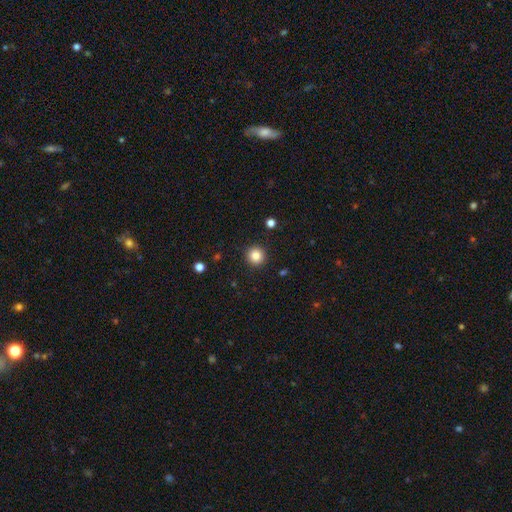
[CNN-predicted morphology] A smooth galaxy with no disk features (85%) that is round (95%).

Vote fractions:
- Smooth or featured? smooth: 85% / star or artifact: 10% / featured or disk: 5%
- How rounded? round: 95% / in between: 4% / cigar-shaped: 1%
- Merging? none: 92% / minor disturbance: 5% / major disturbance: 2% / merger: 1%